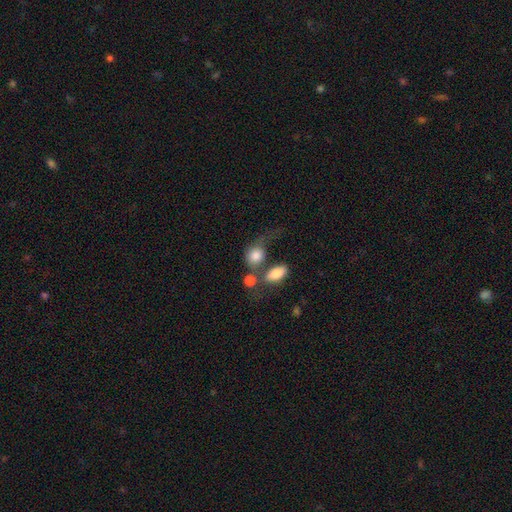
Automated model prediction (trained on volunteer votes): smooth 80%, featured or disk 11%, star or artifact 9%. Down the decision tree: how rounded — round (54%); merging — merger (36%).